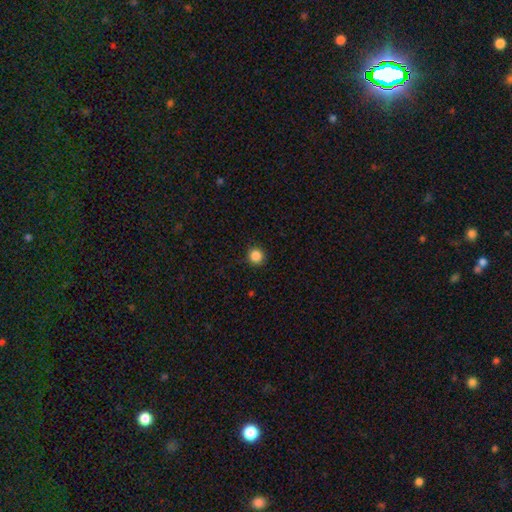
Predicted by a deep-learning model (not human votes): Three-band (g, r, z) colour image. It shows a smooth galaxy with no disk features (87%) that is round (94%). Merging: none (92%).